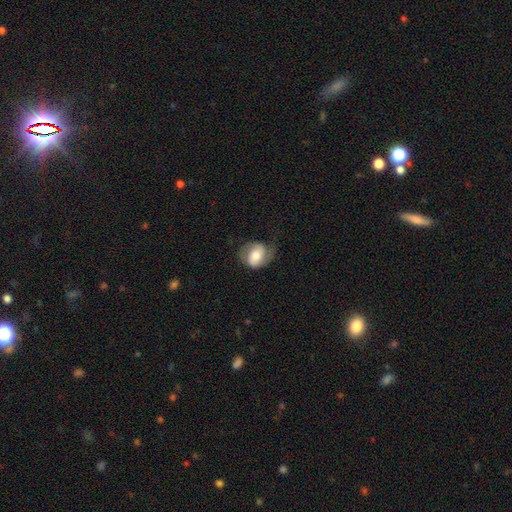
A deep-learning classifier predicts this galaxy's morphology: A smooth galaxy with no disk features (47%). Merging: none (56%).